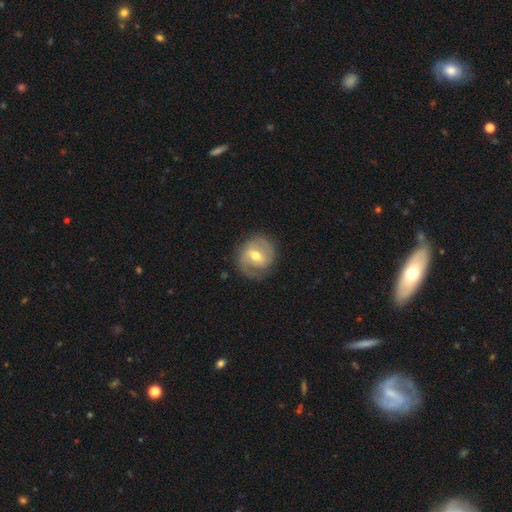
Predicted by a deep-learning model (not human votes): Q: Smooth or featured?
A: featured or disk (73%); runner-up: smooth (21%)
Q: Edge-on disk?
A: no (97%); runner-up: yes (3%)
Q: Bar?
A: weak (50%); runner-up: strong (30%)
Q: Spiral arms?
A: yes (83%); runner-up: no (17%)
Q: Spiral winding?
A: medium (43%); runner-up: tight (40%)
Q: Spiral arm count?
A: 2 (79%); runner-up: can't tell (10%)
Q: Bulge size?
A: moderate (73%); runner-up: small (20%)
Q: Merging?
A: none (78%); runner-up: minor disturbance (14%)